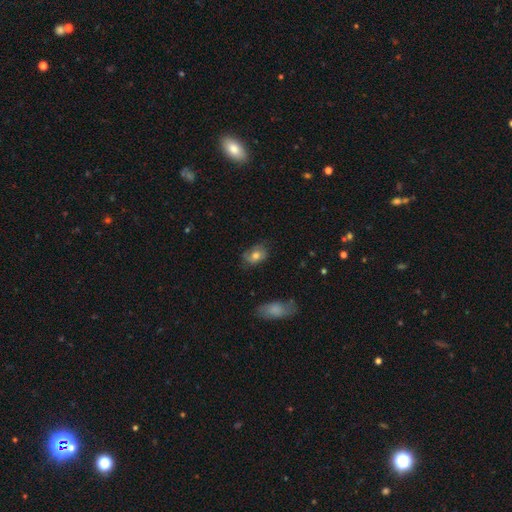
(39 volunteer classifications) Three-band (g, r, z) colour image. It shows a smooth galaxy with no disk features (51%) that is in between round and cigar-shaped (80%). Merging: none (66%).